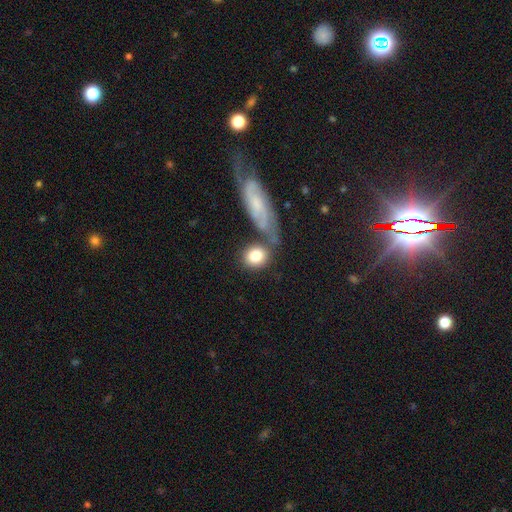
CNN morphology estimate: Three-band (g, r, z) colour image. It shows a smooth galaxy with no disk features (79%) that is round (58%). Merging: none (54%).